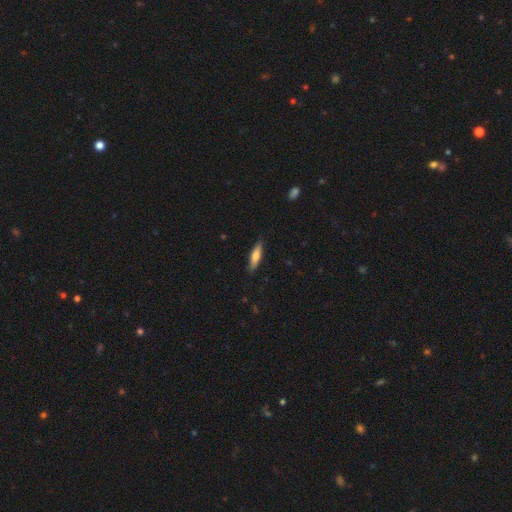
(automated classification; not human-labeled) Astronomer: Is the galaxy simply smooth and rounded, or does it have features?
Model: smooth — 68%.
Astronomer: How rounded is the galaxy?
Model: cigar-shaped — 70%.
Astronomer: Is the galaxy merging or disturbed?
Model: none — 86%.